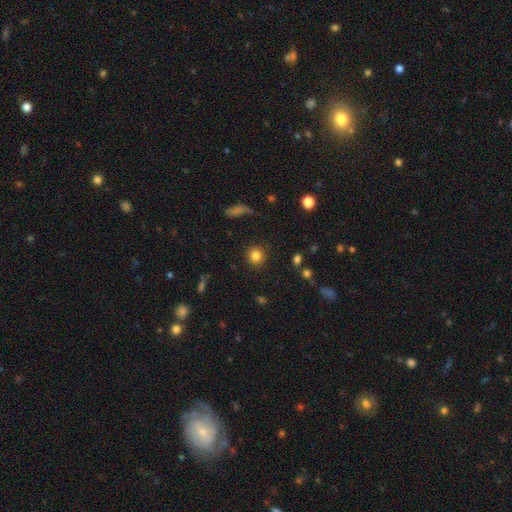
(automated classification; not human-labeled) A smooth galaxy with no disk features (83%) that is round (90%). Merging: none (90%).